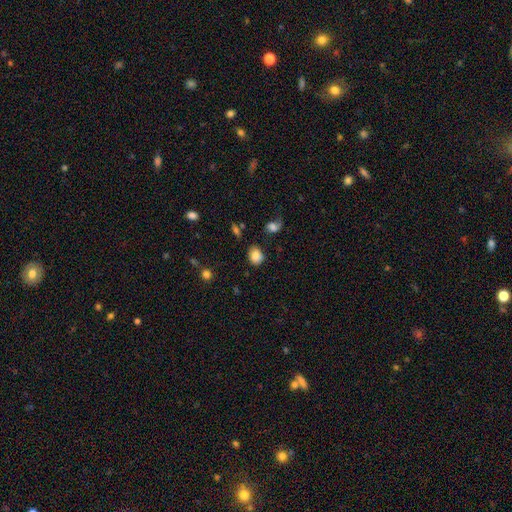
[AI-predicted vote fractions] smooth_or_featured: smooth (p=0.83) [alt: star or artifact p=0.09]
how_rounded: round (p=0.54) [alt: in between p=0.45]
merging: none (p=0.76) [alt: minor disturbance p=0.16]